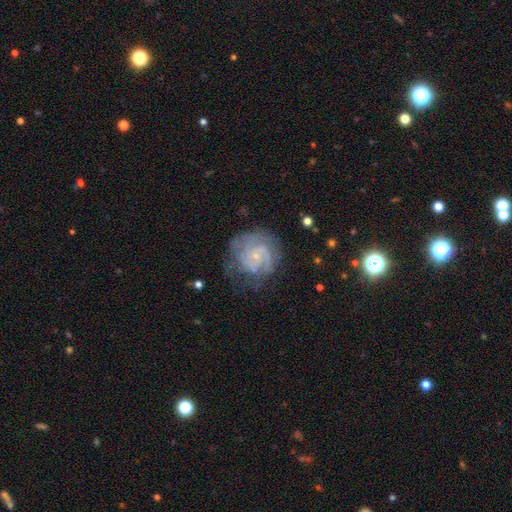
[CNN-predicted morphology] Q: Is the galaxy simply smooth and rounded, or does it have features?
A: featured or disk — 78%.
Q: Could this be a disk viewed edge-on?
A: no — 98%.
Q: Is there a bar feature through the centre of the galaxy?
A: no — 72%.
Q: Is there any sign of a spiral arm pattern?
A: yes — 92%.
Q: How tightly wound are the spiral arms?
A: tight — 61%.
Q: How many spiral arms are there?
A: can't tell — 35%.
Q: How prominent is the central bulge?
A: small — 80%.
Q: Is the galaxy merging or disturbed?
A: none — 63%.